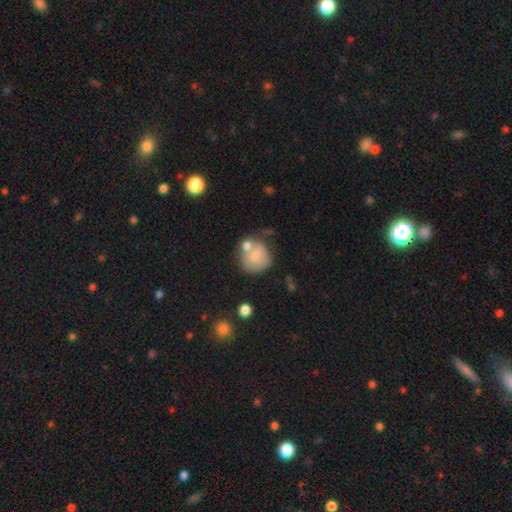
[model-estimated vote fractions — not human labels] Overall: smooth (74%). How rounded: round (83%). Merging: none (46%; merger 28%).